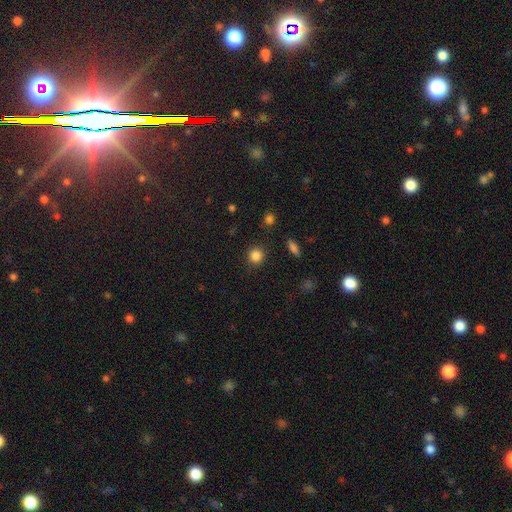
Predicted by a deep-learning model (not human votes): Smooth or featured? smooth (85%)
How rounded? round (90%)
Merging? none (88%)